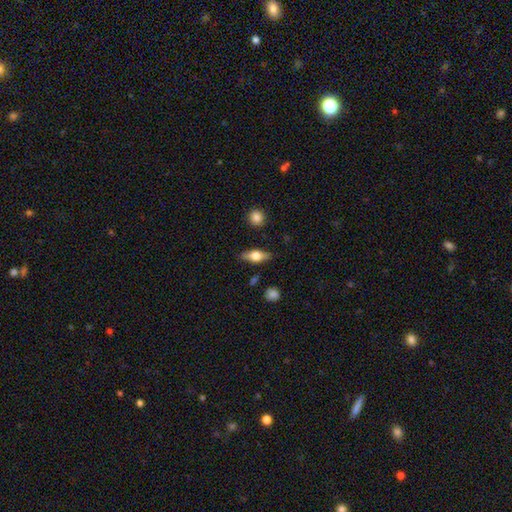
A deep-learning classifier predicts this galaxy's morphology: This appears to be a smooth galaxy with no disk features (55%) that is in between round and cigar-shaped (69%). Merging: none (85%).